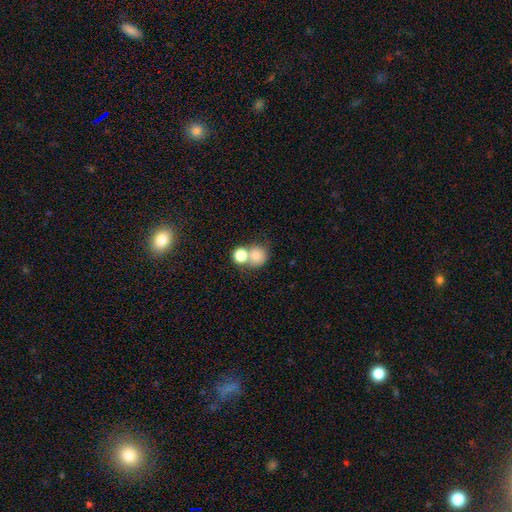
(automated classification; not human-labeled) Smooth or featured?
  - smooth: 78% *
  - featured or disk: 11%
  - star or artifact: 11%
How rounded?
  - round: 83% *
  - in between: 16%
  - cigar-shaped: 1%
Merging?
  - merger: 50% *
  - none: 39%
  - minor disturbance: 7%
  - major disturbance: 4%